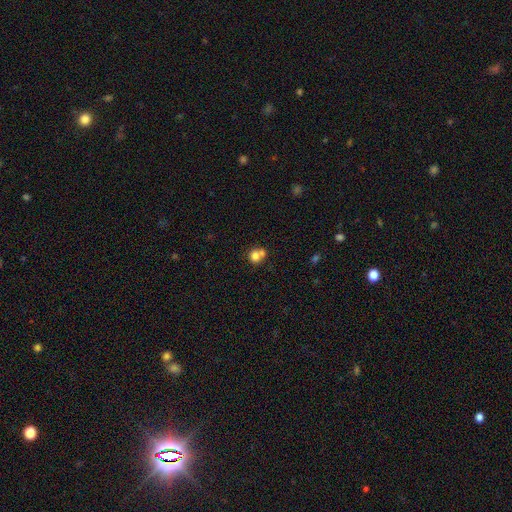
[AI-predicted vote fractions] Smooth or featured? Predicted: smooth (p=0.76). How rounded? Predicted: round (p=0.76). Merging? Predicted: merger (p=0.51).